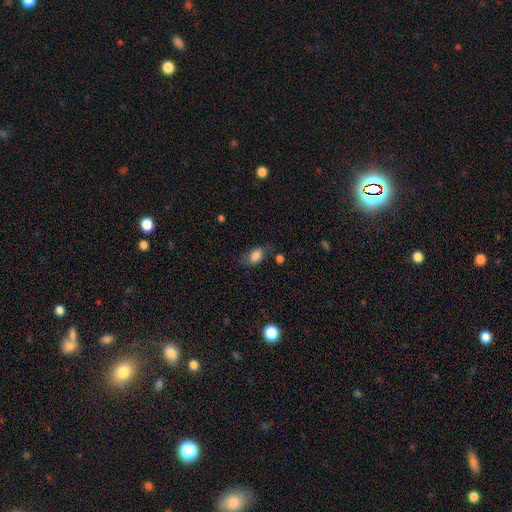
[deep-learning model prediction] smooth-or-featured: smooth: 81% | featured or disk: 10% | star or artifact: 9%
  how-rounded: in between: 87% | round: 10% | cigar-shaped: 3%
  merging: none: 64% | minor disturbance: 23% | major disturbance: 9% | merger: 3%